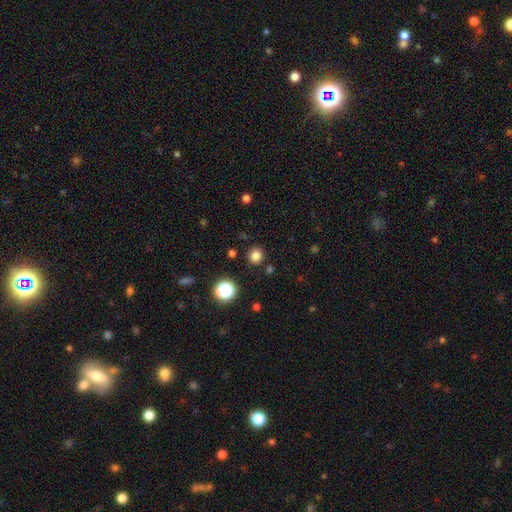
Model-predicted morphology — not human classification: A smooth galaxy with no disk features (81%) that is round (93%).

Vote fractions:
- Smooth or featured? smooth: 81% / star or artifact: 15% / featured or disk: 4%
- How rounded? round: 93% / in between: 6% / cigar-shaped: 1%
- Merging? none: 89% / minor disturbance: 6% / major disturbance: 2% / merger: 2%